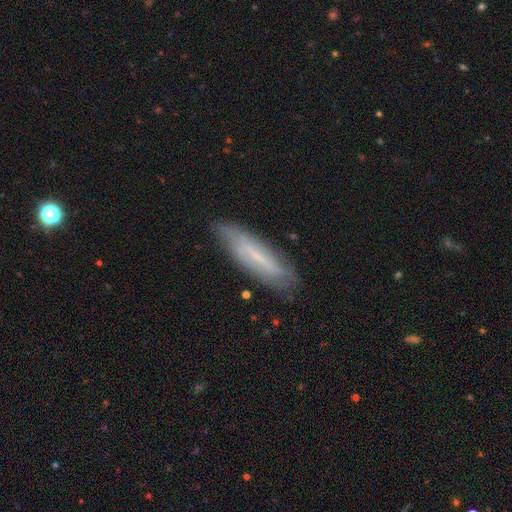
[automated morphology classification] Overall: featured or disk (53%; smooth 39%). Edge-on disk: no (58%; yes 42%). Merging: none (77%).